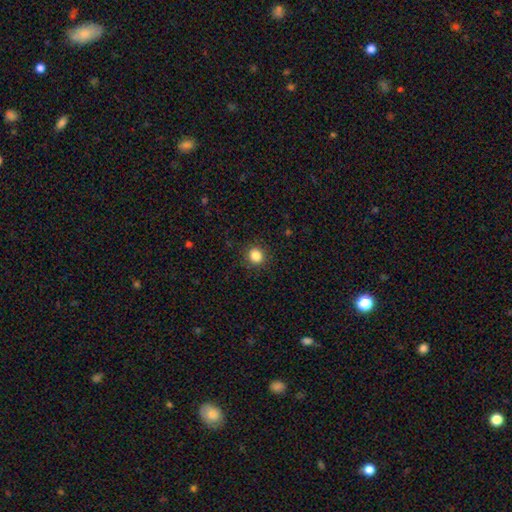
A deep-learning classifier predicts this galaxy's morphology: The model was most divided on "smooth or featured": smooth: 85%, star or artifact: 11%, featured or disk: 4%. More confident: how rounded — round (91%); merging — none (91%).